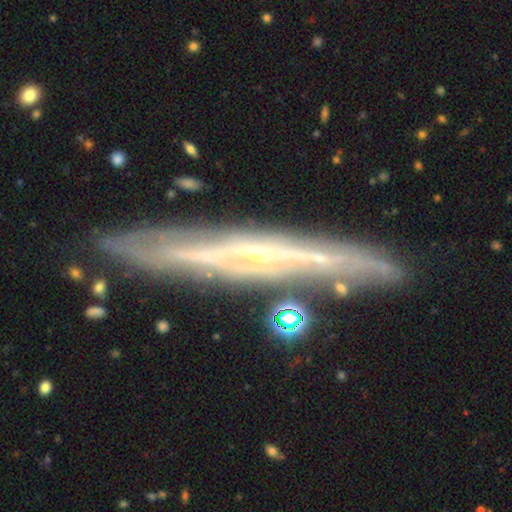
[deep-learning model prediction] Smooth or featured?
  - featured or disk: 81% *
  - smooth: 12%
  - star or artifact: 7%
Edge-on disk?
  - yes: 83% *
  - no: 17%
Edge-on bulge?
  - rounded: 50% *
  - none: 46%
  - boxy: 4%
Merging?
  - none: 84% *
  - minor disturbance: 11%
  - major disturbance: 2%
  - merger: 2%